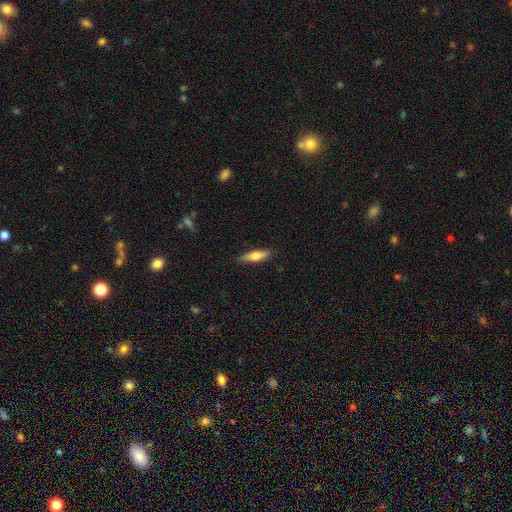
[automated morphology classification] This is likely a smooth galaxy (69%). How rounded: likely cigar-shaped (66%). Merging: clearly none (83%).